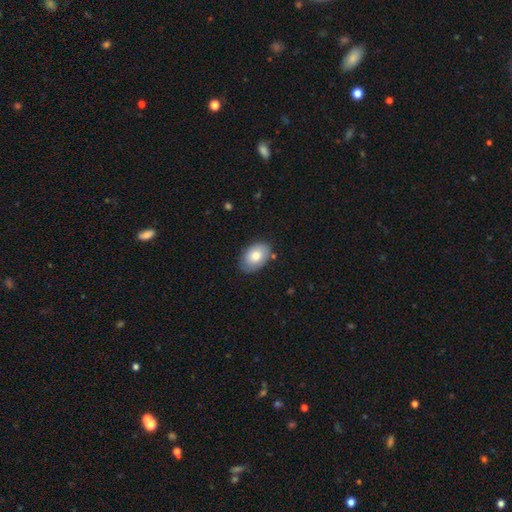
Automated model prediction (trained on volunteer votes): smooth-or-featured: smooth: 75% | featured or disk: 18% | star or artifact: 7%
  how-rounded: in between: 87% | round: 12% | cigar-shaped: 1%
  merging: none: 78% | minor disturbance: 17% | major disturbance: 3% | merger: 2%